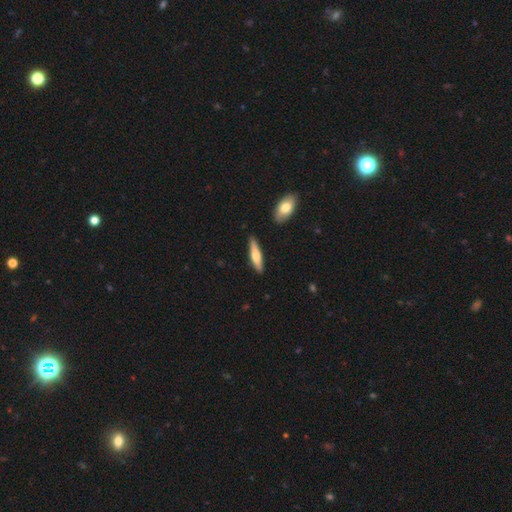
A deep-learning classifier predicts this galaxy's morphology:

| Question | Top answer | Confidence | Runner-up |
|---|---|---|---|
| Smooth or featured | smooth | 53% | featured or disk (42%) |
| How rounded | cigar-shaped | 77% | in between (21%) |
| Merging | none | 87% | minor disturbance (9%) |